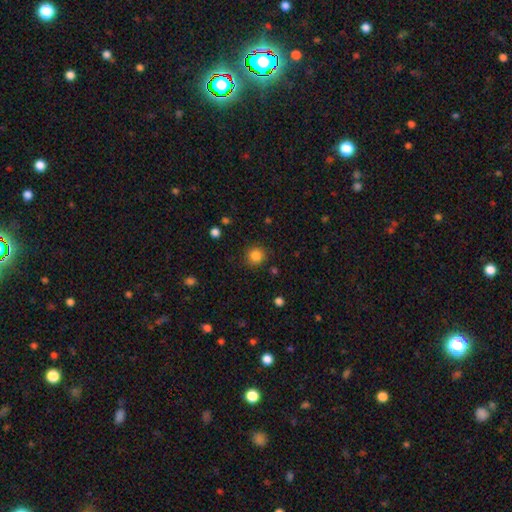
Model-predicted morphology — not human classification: Smooth or featured? smooth (84%)
How rounded? round (90%)
Merging? none (87%)